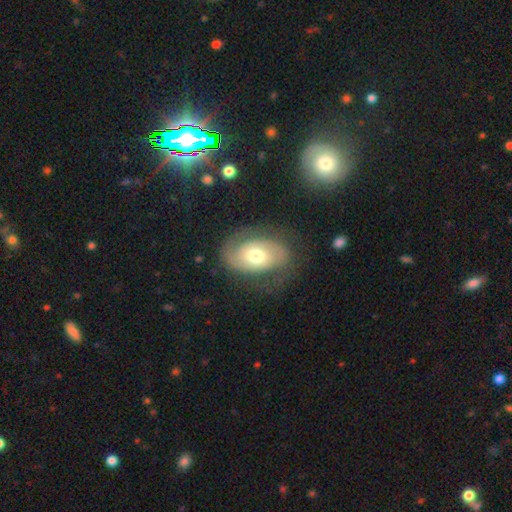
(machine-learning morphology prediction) featured or disk 66%, smooth 27%, star or artifact 6%. Down the decision tree: edge-on disk — no (95%); bar — no (72%); spiral arms — yes (83%); spiral arm count — 2 (73%); spiral winding — tight (41%); bulge size — moderate (69%); merging — none (66%).